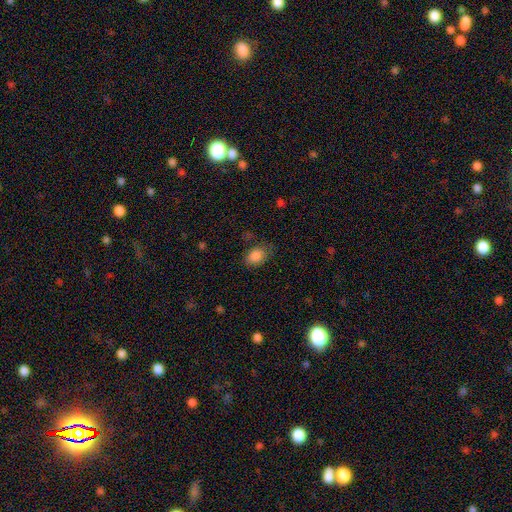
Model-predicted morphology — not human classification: This appears to be a smooth galaxy with no disk features (85%) that is in between round and cigar-shaped (75%). Merging: none (70%).